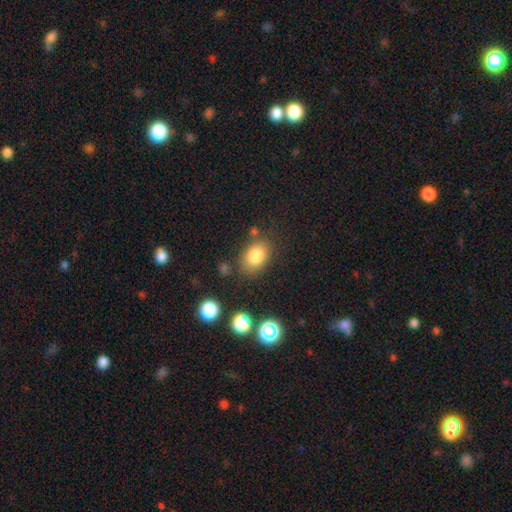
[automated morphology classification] The model was most divided on "how rounded": in between: 74%, round: 25%, cigar-shaped: 1%. More confident: smooth or featured — smooth (82%); merging — none (75%).